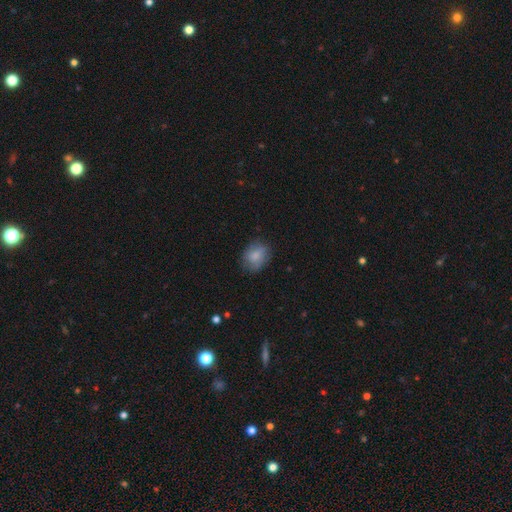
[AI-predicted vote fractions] Smooth or featured?
  - smooth: 78% *
  - featured or disk: 15%
  - star or artifact: 7%
How rounded?
  - in between: 57% *
  - round: 41%
  - cigar-shaped: 1%
Merging?
  - none: 73% *
  - minor disturbance: 21%
  - major disturbance: 6%
  - merger: 1%